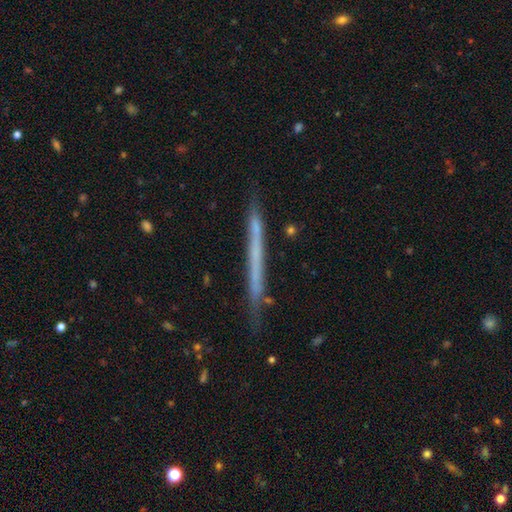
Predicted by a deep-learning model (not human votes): smooth_or_featured: featured or disk (p=0.51) [alt: smooth p=0.42]
disk_edge_on: yes (p=0.96) [alt: no p=0.04]
merging: none (p=0.82) [alt: minor disturbance p=0.14]